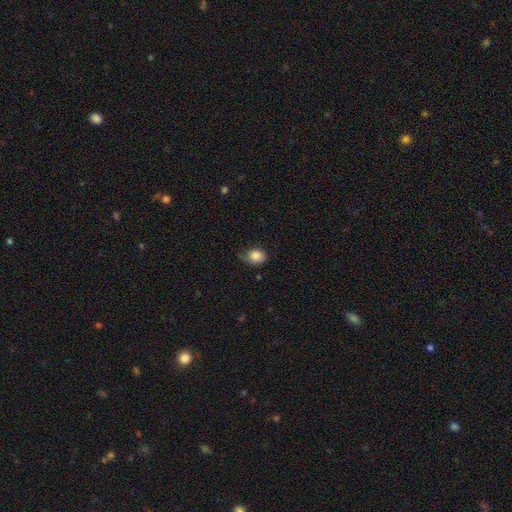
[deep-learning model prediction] smooth 84%, star or artifact 9%, featured or disk 7%. Down the decision tree: how rounded — round (52%); merging — none (61%).